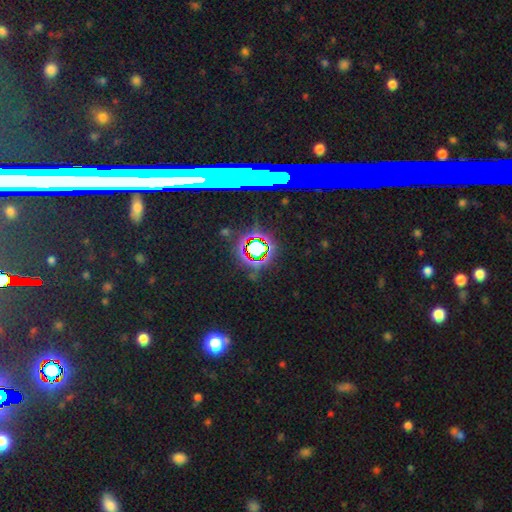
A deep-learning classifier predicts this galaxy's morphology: Overall: star or artifact (70%).